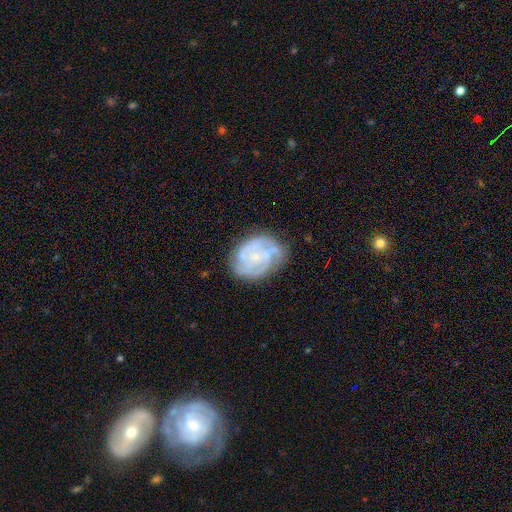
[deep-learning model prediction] featured or disk 80%, smooth 14%, star or artifact 7%. Down the decision tree: edge-on disk — no (98%); bar — no (76%); spiral arms — yes (93%); spiral arm count — 3 (32%); spiral winding — tight (61%); bulge size — small (77%); merging — none (69%).